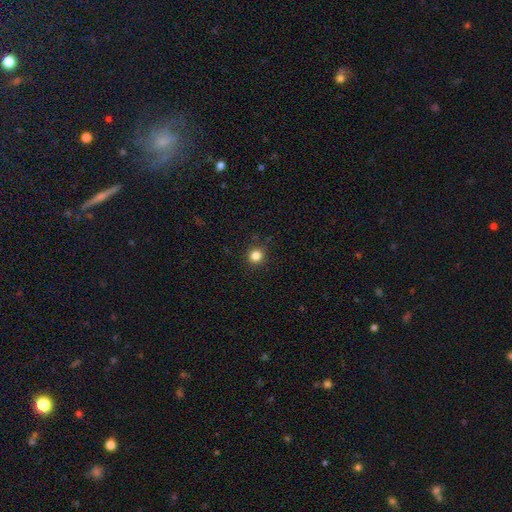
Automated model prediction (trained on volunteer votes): smooth-or-featured: smooth: 83% | star or artifact: 13% | featured or disk: 4%
  how-rounded: round: 91% | in between: 8% | cigar-shaped: 1%
  merging: none: 89% | minor disturbance: 7% | major disturbance: 2% | merger: 1%